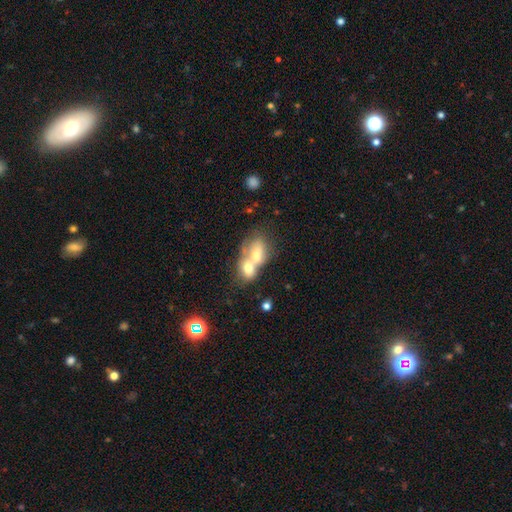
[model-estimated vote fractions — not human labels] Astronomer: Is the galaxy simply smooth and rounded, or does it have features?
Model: smooth — 63%.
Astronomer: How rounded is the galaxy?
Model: in between — 73%.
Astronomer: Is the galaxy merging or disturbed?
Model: merger — 76%.